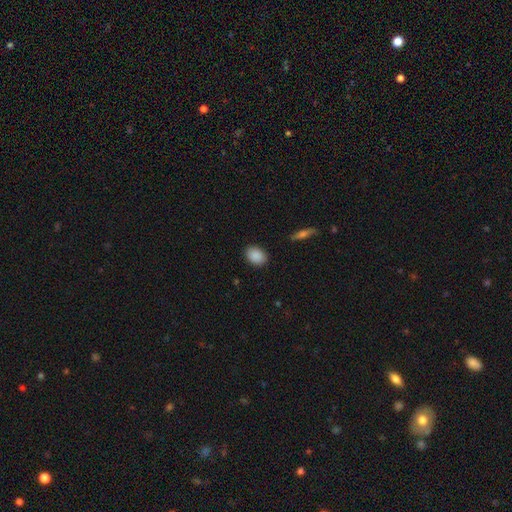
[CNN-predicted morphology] Overall: smooth (89%). How rounded: in between (70%). Merging: none (88%).